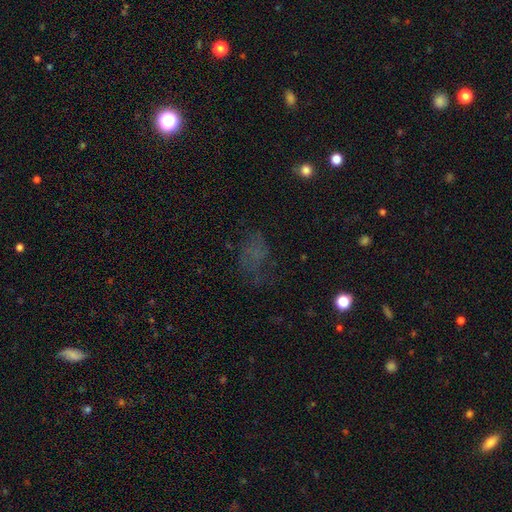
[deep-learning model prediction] Smooth or featured?
  - smooth: 43% *
  - star or artifact: 33%
  - featured or disk: 23%
Merging?
  - none: 49% *
  - major disturbance: 27%
  - minor disturbance: 21%
  - merger: 3%